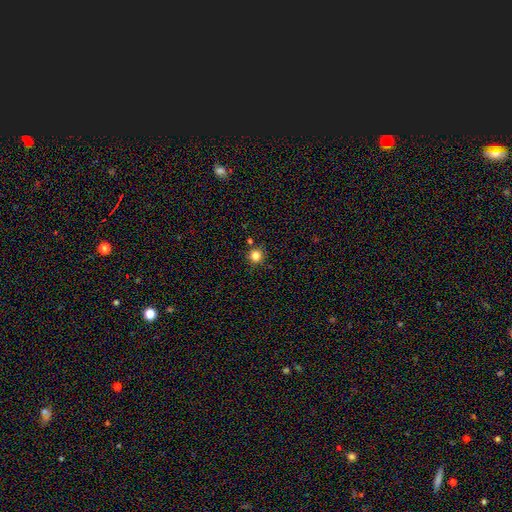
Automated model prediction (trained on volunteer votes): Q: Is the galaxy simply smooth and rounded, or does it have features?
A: smooth — 82%.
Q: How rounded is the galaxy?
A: round — 95%.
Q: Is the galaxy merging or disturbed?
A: none — 86%.